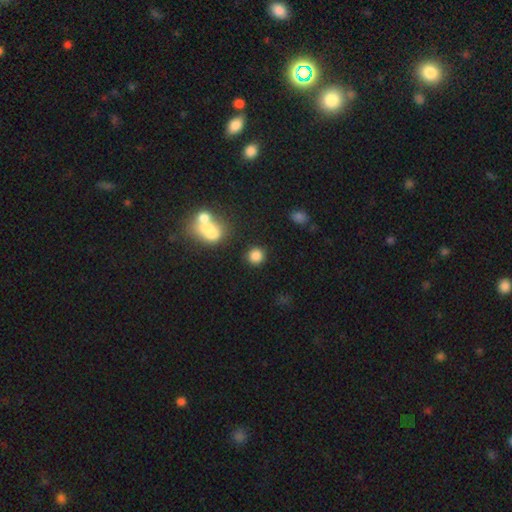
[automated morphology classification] Q: Smooth or featured?
A: smooth (82%); runner-up: star or artifact (12%)
Q: How rounded?
A: round (88%); runner-up: in between (11%)
Q: Merging?
A: none (81%); runner-up: minor disturbance (8%)